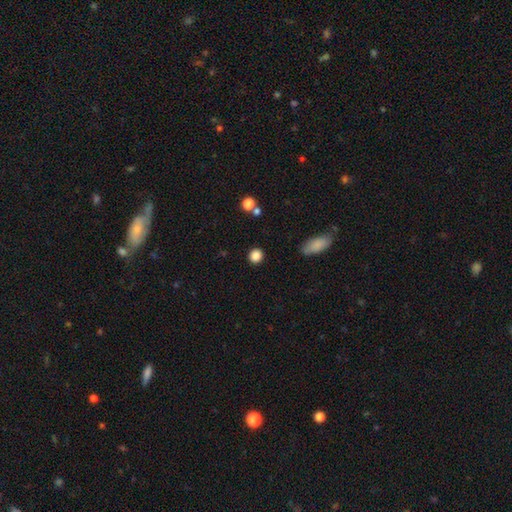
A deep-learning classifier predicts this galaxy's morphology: smooth 86%, star or artifact 10%, featured or disk 4%. Down the decision tree: how rounded — round (88%); merging — none (89%).